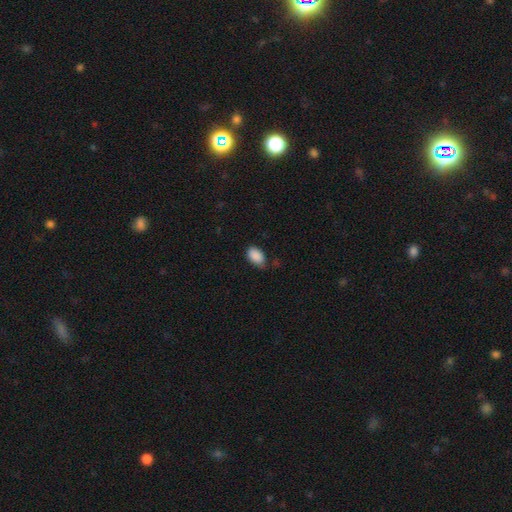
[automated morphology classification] Smooth or featured: smooth — 89% (star or artifact — 8%)
How rounded: in between — 90% (round — 9%)
Merging: none — 68% (minor disturbance — 26%)